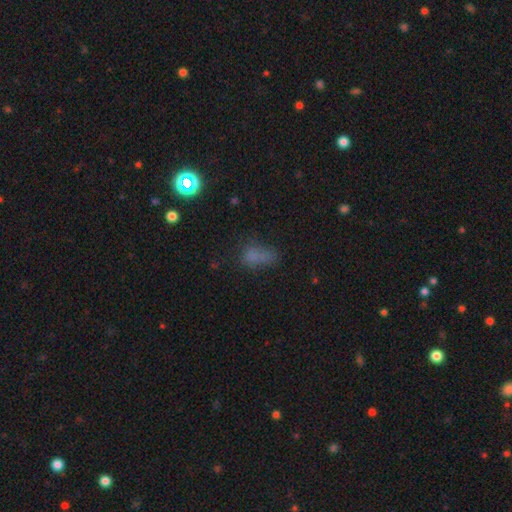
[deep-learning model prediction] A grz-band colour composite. It shows a smooth galaxy with no disk features (65%) that is in between round and cigar-shaped (75%). Merging: none (46%).